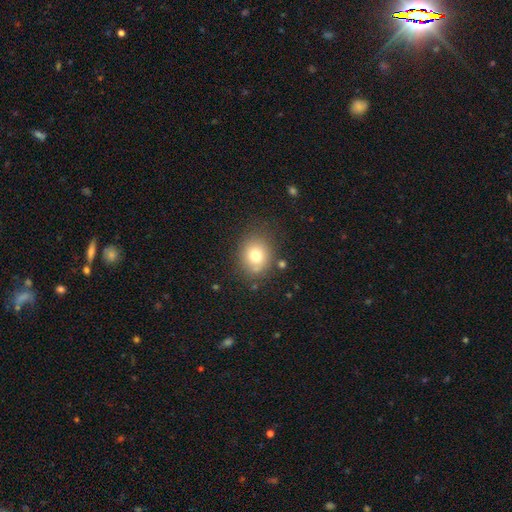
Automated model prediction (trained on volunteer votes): Q: Smooth or featured?
A: smooth (74%); runner-up: featured or disk (13%)
Q: How rounded?
A: round (64%); runner-up: in between (35%)
Q: Merging?
A: none (75%); runner-up: minor disturbance (15%)